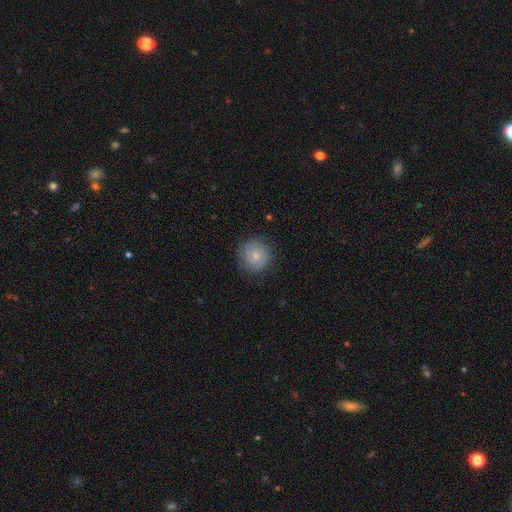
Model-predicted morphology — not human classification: Smooth or featured: featured or disk — 48% (smooth — 45%)
Merging: none — 83% (minor disturbance — 13%)